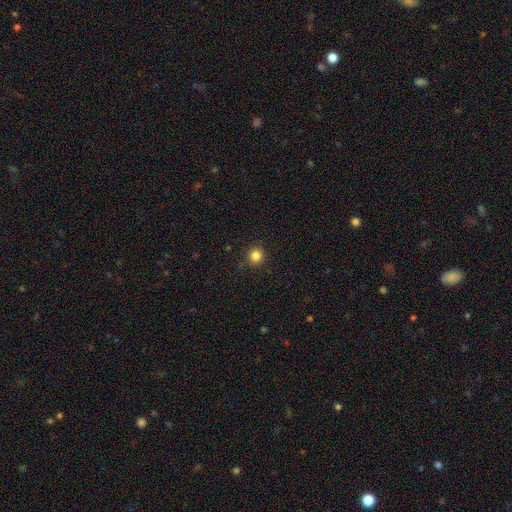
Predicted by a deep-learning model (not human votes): Morphology: type=smooth (84%); roundness=round (91%); merging=none (90%).